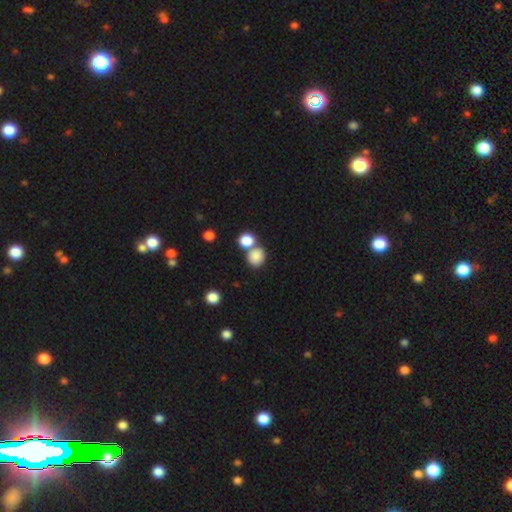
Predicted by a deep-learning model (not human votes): Smooth or featured?
  - smooth: 84% *
  - star or artifact: 10%
  - featured or disk: 5%
How rounded?
  - round: 75% *
  - in between: 24%
  - cigar-shaped: 1%
Merging?
  - none: 55% *
  - merger: 34%
  - minor disturbance: 8%
  - major disturbance: 3%